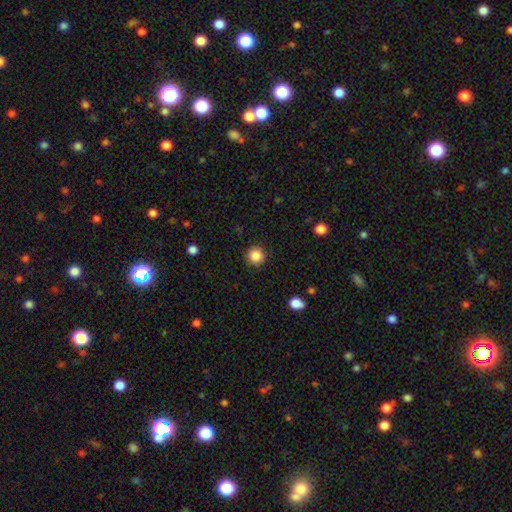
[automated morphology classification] Overall: smooth (86%). How rounded: round (95%). Merging: none (91%).